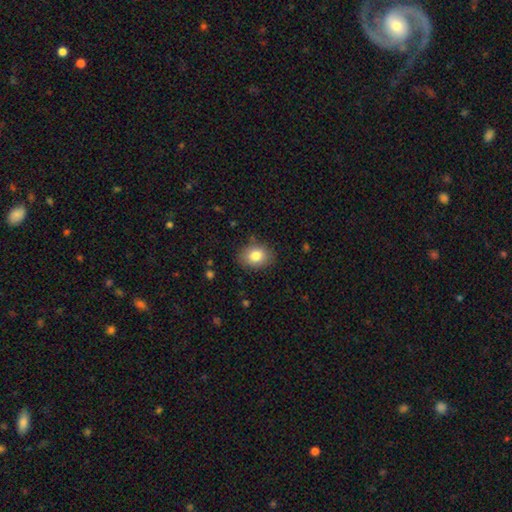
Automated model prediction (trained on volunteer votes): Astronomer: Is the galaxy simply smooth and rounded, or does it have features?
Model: smooth — 82%.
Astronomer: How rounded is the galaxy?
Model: in between — 67%.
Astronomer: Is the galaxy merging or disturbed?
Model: none — 84%.